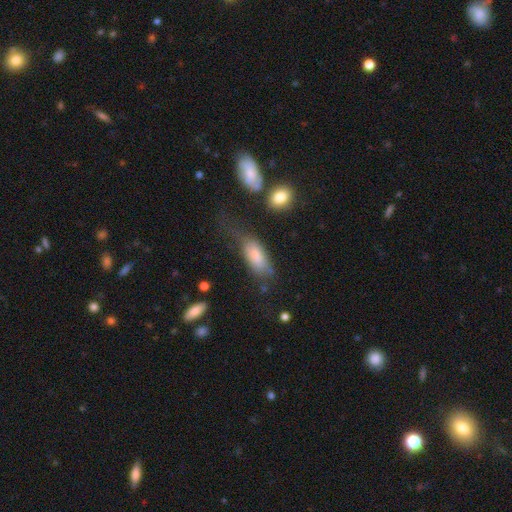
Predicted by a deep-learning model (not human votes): smooth_or_featured: smooth (p=0.77) [alt: featured or disk p=0.15]
how_rounded: in between (p=0.82) [alt: cigar-shaped p=0.15]
merging: none (p=0.34) [alt: major disturbance p=0.32]